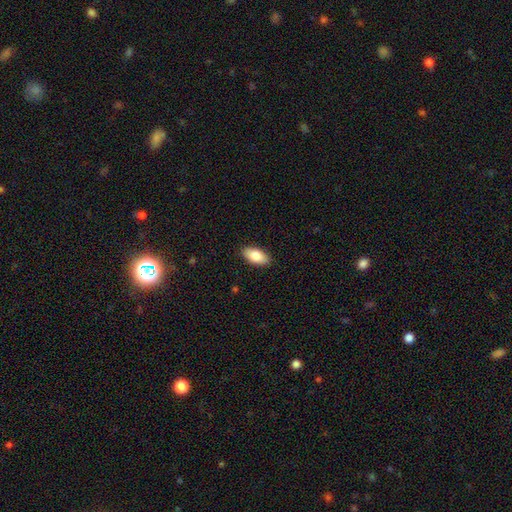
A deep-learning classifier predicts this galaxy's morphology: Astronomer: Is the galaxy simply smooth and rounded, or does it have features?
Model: smooth — 83%.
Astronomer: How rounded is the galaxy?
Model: in between — 92%.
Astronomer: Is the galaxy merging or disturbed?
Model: none — 89%.